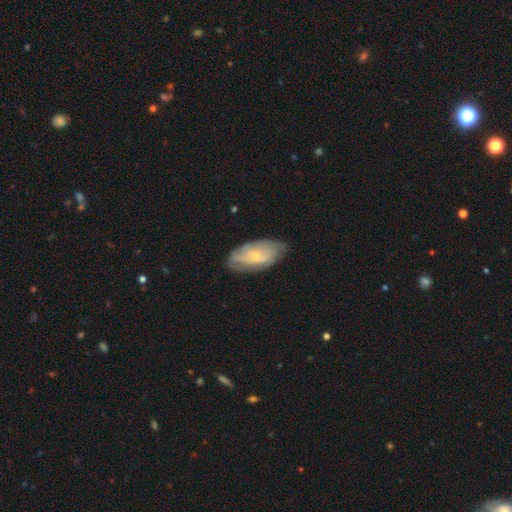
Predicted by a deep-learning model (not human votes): Overall: featured or disk (60%; smooth 34%). Edge-on disk: no (91%). Bar: no (70%). Spiral arms: yes (75%). Bulge size: small (70%). Merging: none (69%).